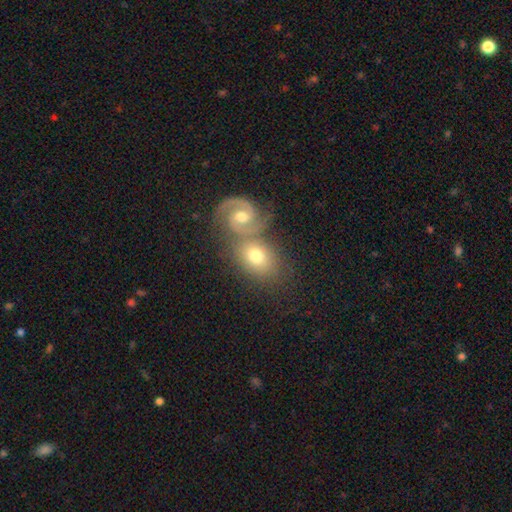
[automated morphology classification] A featured or disk galaxy (51%). Merging: merger (45%).